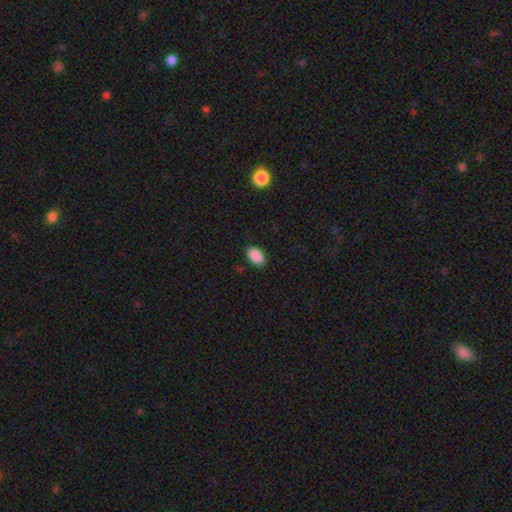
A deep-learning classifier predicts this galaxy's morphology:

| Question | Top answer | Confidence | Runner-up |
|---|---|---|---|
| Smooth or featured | smooth | 90% | star or artifact (8%) |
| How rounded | in between | 90% | round (9%) |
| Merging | none | 86% | minor disturbance (11%) |